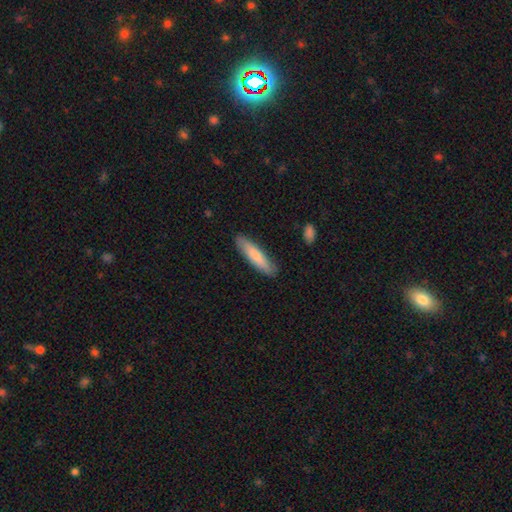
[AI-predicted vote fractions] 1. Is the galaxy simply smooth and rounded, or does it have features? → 79% smooth, 16% featured or disk, 5% star or artifact.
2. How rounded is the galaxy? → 80% cigar-shaped, 19% in between, 1% round.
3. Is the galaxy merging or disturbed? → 88% none, 9% minor disturbance, 2% major disturbance, 1% merger.